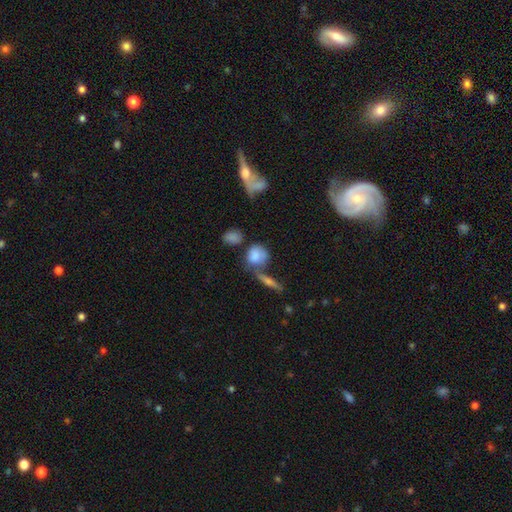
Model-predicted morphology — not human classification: Overall: smooth (76%). How rounded: round (59%; in between 37%). Merging: none (41%; merger 29%).